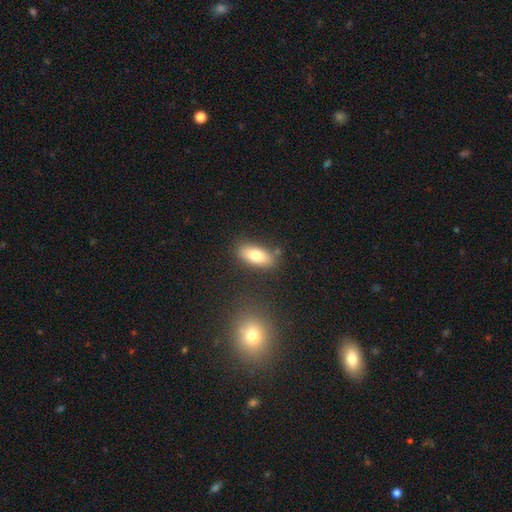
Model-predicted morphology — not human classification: smooth_or_featured: smooth (p=0.77) [alt: featured or disk p=0.15]
how_rounded: in between (p=0.84) [alt: cigar-shaped p=0.12]
merging: none (p=0.80) [alt: minor disturbance p=0.12]